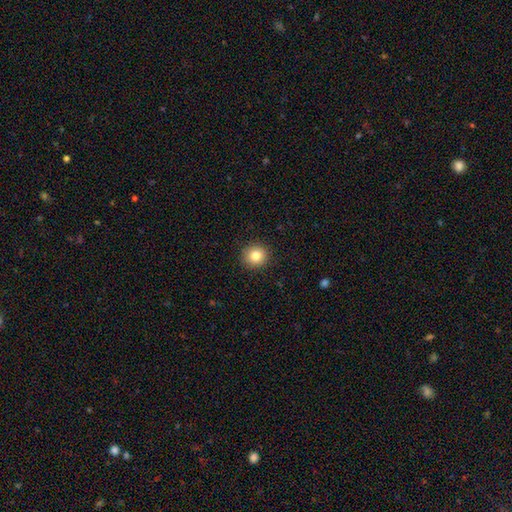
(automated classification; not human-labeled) Smooth or featured? Predicted: smooth (p=0.82). How rounded? Predicted: round (p=0.92). Merging? Predicted: none (p=0.92).